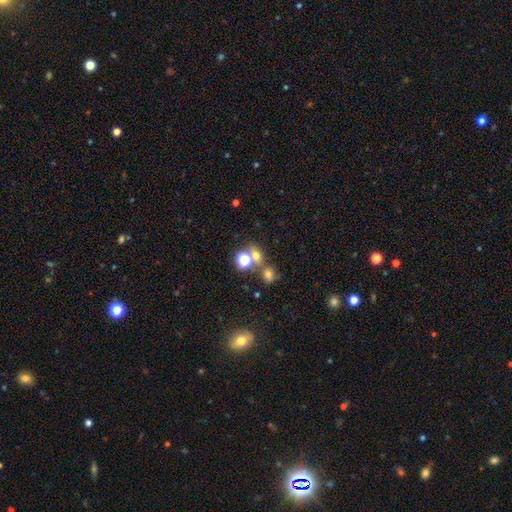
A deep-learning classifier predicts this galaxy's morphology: type=smooth (62%); roundness=round (64%); merging=none (54%).